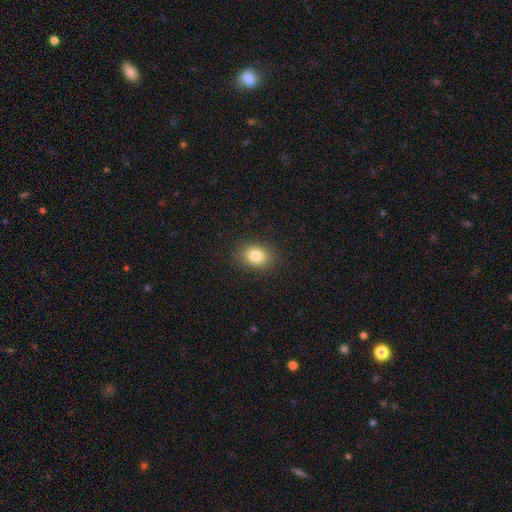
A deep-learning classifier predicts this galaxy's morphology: This is clearly a smooth galaxy (83%). How rounded: possibly in between (59%). Merging: clearly none (88%).